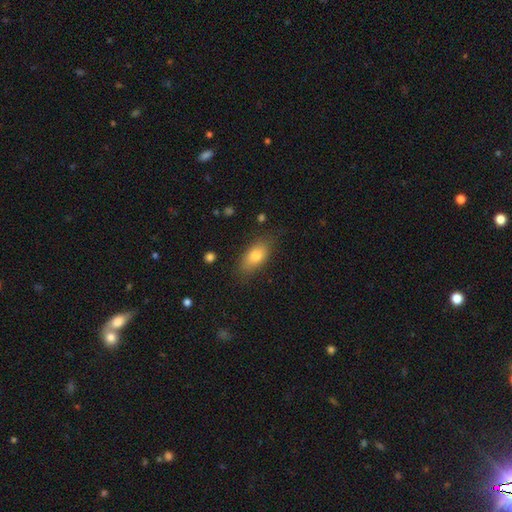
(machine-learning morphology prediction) Q: Smooth or featured?
A: smooth (79%); runner-up: featured or disk (13%)
Q: How rounded?
A: in between (84%); runner-up: cigar-shaped (9%)
Q: Merging?
A: none (77%); runner-up: minor disturbance (17%)